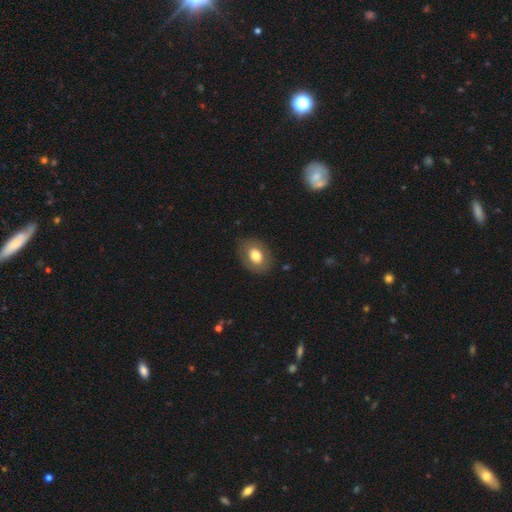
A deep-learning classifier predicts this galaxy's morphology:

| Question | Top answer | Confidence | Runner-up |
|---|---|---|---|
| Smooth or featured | smooth | 74% | featured or disk (18%) |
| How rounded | in between | 70% | round (29%) |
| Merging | none | 84% | minor disturbance (11%) |